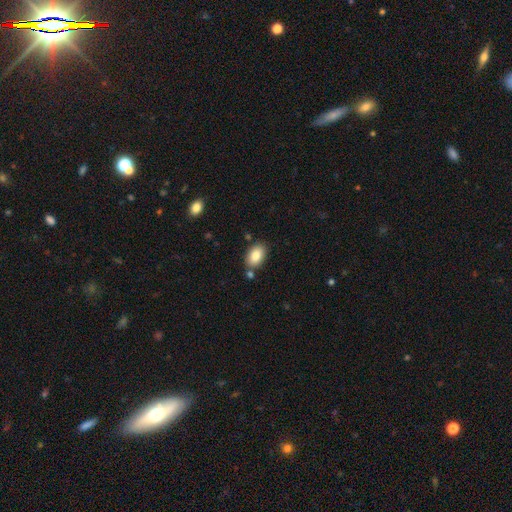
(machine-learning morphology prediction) This is clearly a smooth galaxy (84%). How rounded: clearly in between (89%). Merging: likely none (78%).